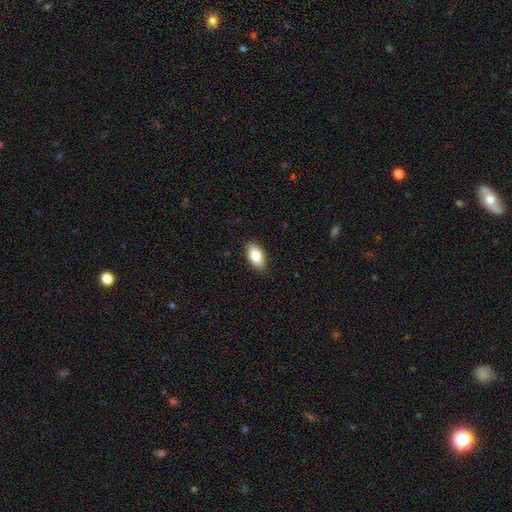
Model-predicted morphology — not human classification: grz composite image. It shows a smooth galaxy with no disk features (82%) that is in between round and cigar-shaped (93%). Merging: none (89%).